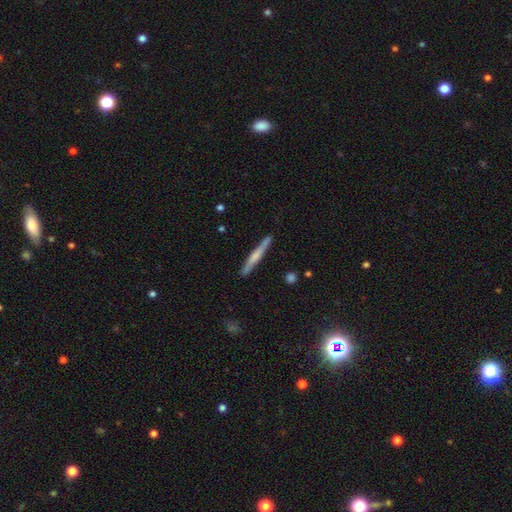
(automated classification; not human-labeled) Overall: featured or disk (53%; smooth 42%). Edge-on disk: yes (96%). Edge-on bulge: rounded (44%; none 36%). Merging: none (88%).